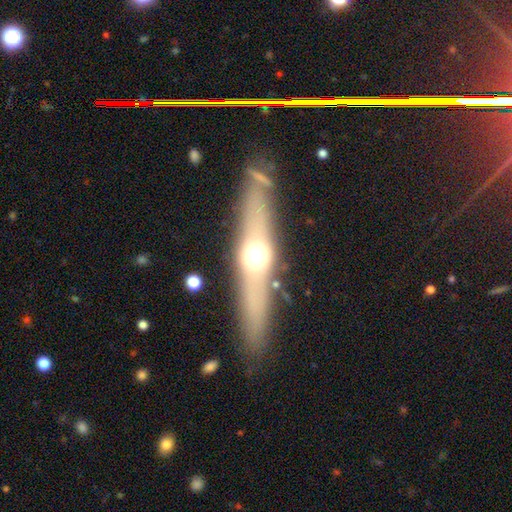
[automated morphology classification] This appears to be a featured or disk galaxy (57%) viewed edge-on (89%) with a rounded central bulge (92%). Merging: none (84%).